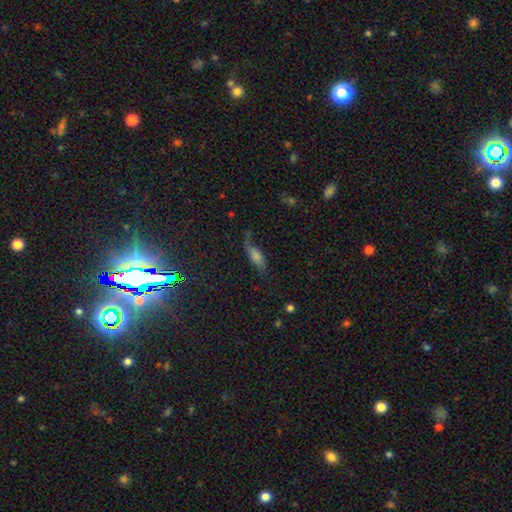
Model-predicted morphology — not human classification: Smooth or featured: smooth — 52% (featured or disk — 31%)
How rounded: in between — 57% (cigar-shaped — 38%)
Merging: none — 58% (minor disturbance — 27%)